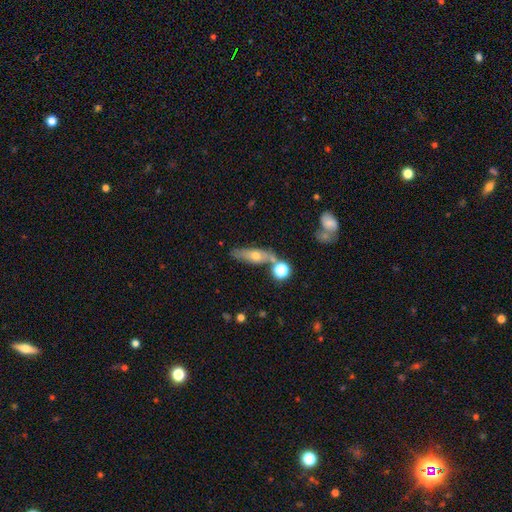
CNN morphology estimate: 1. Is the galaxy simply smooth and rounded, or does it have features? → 52% smooth, 39% featured or disk, 9% star or artifact.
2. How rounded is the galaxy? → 55% cigar-shaped, 40% in between, 5% round.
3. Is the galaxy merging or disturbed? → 64% none, 16% merger, 15% minor disturbance, 5% major disturbance.